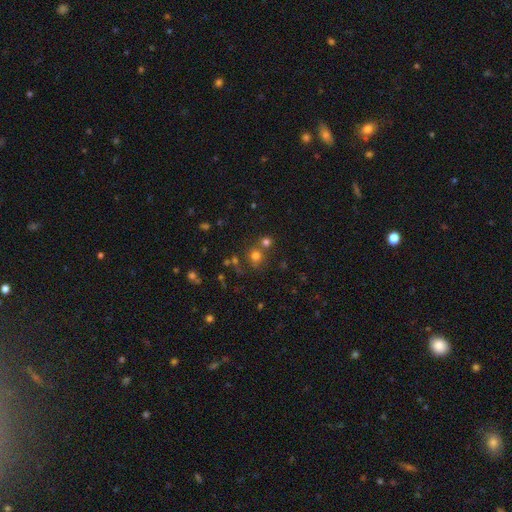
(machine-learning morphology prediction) This is likely a smooth galaxy (70%). How rounded: clearly round (86%). Merging: likely none (60%).